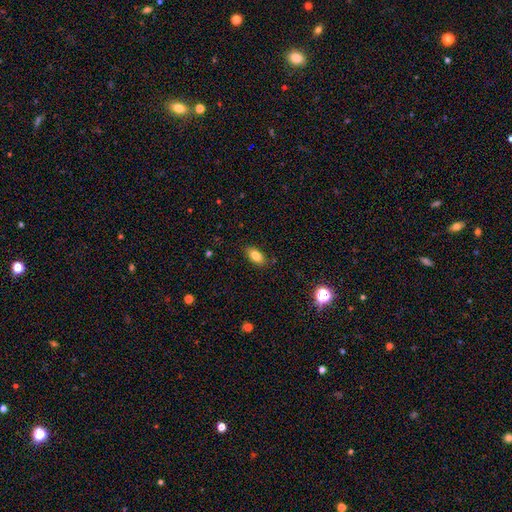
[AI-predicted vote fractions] This is clearly a smooth galaxy (81%). How rounded: clearly in between (89%). Merging: clearly none (86%).